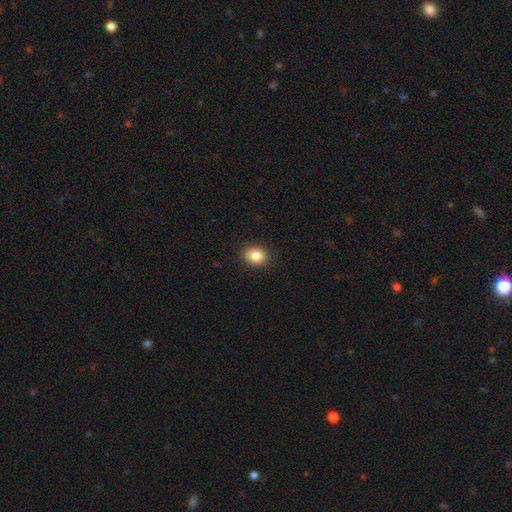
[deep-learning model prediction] Smooth or featured: smooth — 87% (star or artifact — 9%)
How rounded: round — 57% (in between — 42%)
Merging: none — 89% (minor disturbance — 8%)